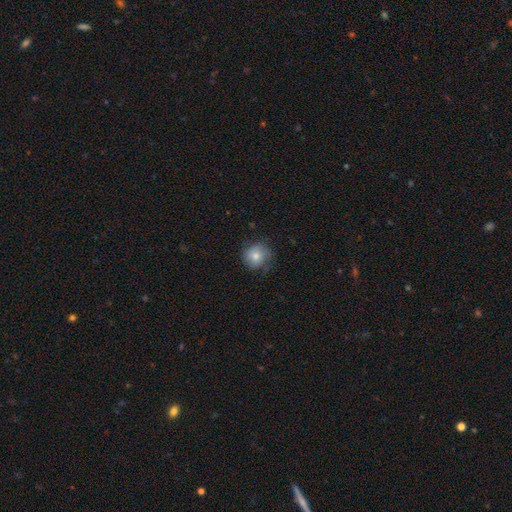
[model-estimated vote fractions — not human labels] A smooth galaxy with no disk features (78%) that is round (89%). Merging: none (73%).